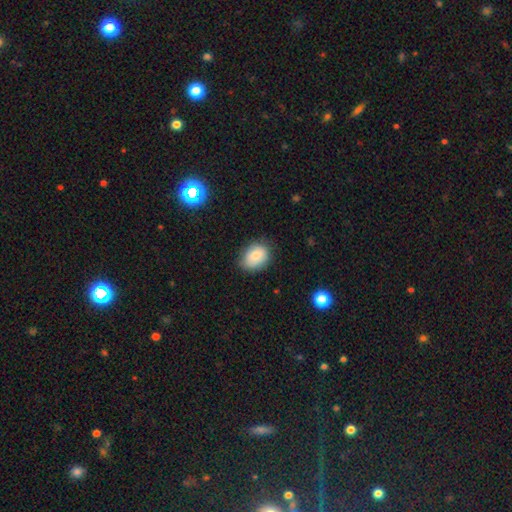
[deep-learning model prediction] smooth-or-featured: smooth: 82% | featured or disk: 10% | star or artifact: 8%
  how-rounded: in between: 63% | round: 36% | cigar-shaped: 1%
  merging: none: 73% | minor disturbance: 21% | major disturbance: 4% | merger: 1%